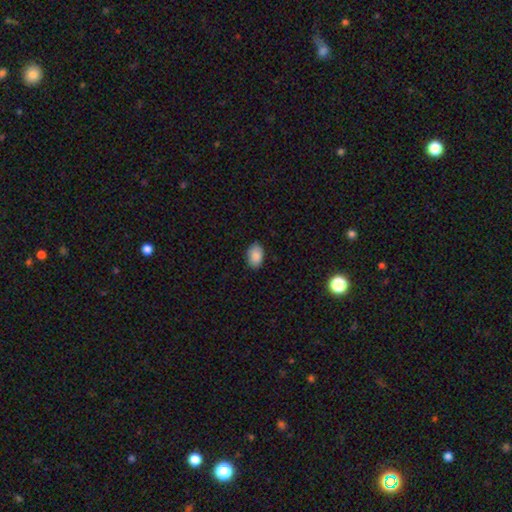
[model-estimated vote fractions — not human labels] Overall: smooth (88%). How rounded: in between (87%). Merging: none (87%).